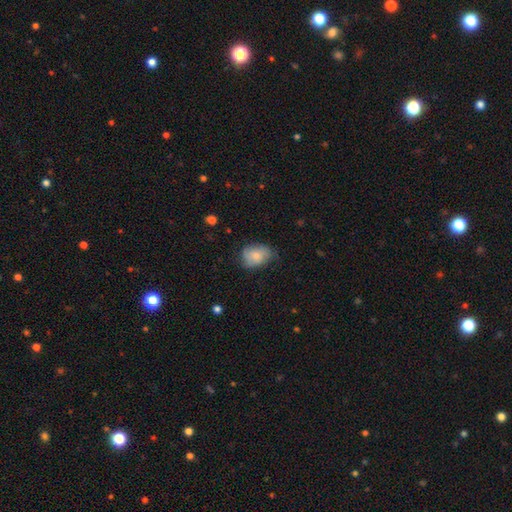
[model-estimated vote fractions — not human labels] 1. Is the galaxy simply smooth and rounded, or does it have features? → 74% smooth, 19% featured or disk, 7% star or artifact.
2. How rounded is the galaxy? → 72% in between, 27% round, 1% cigar-shaped.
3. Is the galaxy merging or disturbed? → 58% none, 33% minor disturbance, 8% major disturbance, 1% merger.